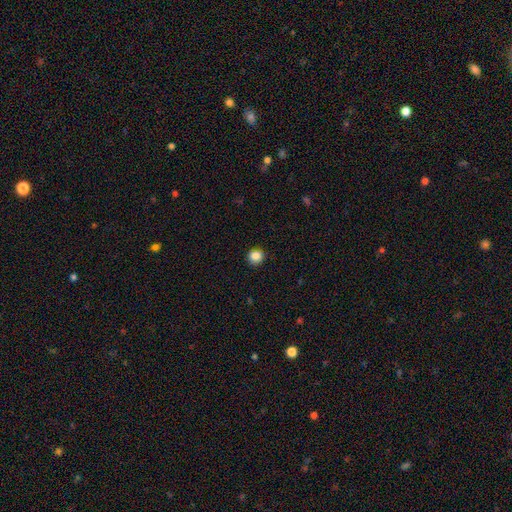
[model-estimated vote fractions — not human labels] Smooth or featured: smooth — 87% (star or artifact — 10%)
How rounded: round — 90% (in between — 9%)
Merging: none — 91% (minor disturbance — 6%)